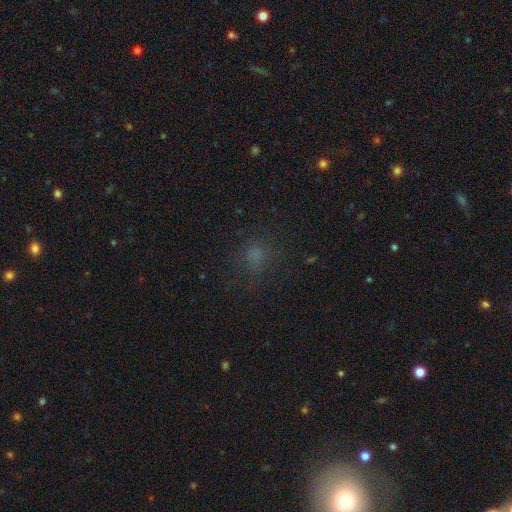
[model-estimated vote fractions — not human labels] Smooth or featured: smooth — 64% (star or artifact — 27%)
How rounded: round — 73% (in between — 26%)
Merging: none — 72% (minor disturbance — 15%)